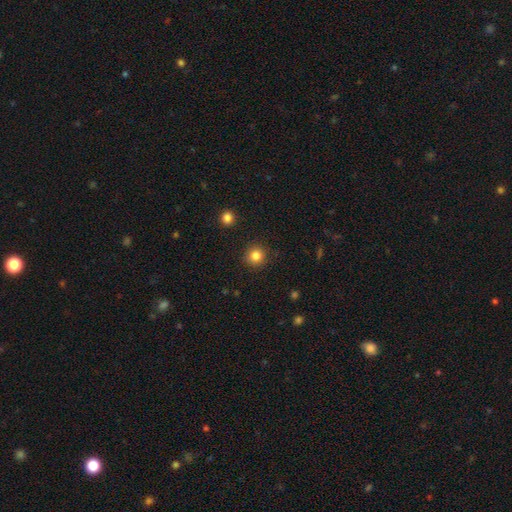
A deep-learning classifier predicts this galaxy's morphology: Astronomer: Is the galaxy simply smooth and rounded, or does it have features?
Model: smooth — 84%.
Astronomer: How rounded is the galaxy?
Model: round — 92%.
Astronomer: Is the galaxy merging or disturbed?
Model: none — 91%.